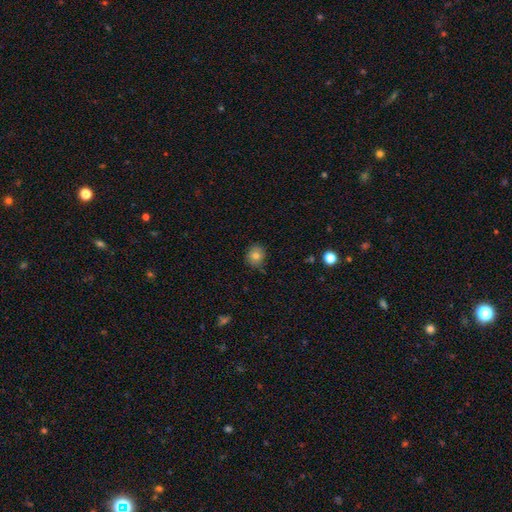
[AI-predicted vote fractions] A smooth galaxy with no disk features (78%) that is round (80%). Merging: none (81%).